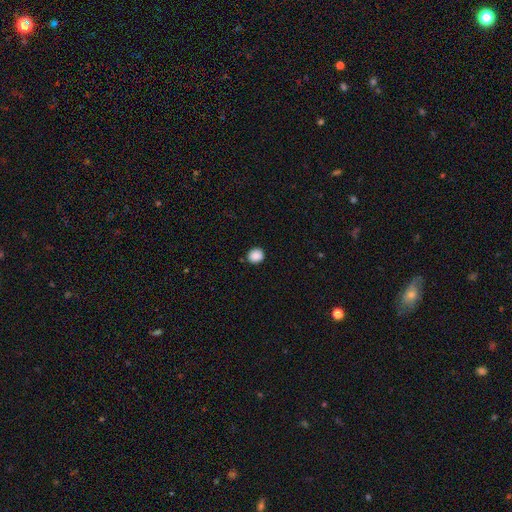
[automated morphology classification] Smooth or featured?
  - smooth: 88% *
  - star or artifact: 9%
  - featured or disk: 3%
How rounded?
  - round: 83% *
  - in between: 16%
  - cigar-shaped: 1%
Merging?
  - none: 89% *
  - minor disturbance: 7%
  - major disturbance: 2%
  - merger: 2%